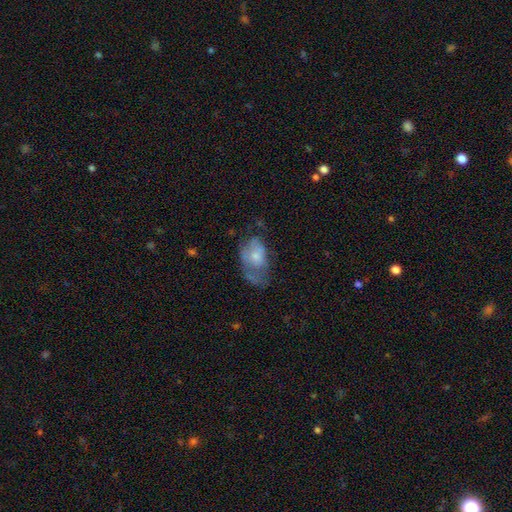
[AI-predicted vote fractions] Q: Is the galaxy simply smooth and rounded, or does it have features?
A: smooth — 54%.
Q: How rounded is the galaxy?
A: in between — 88%.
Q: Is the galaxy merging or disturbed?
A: major disturbance — 40%.